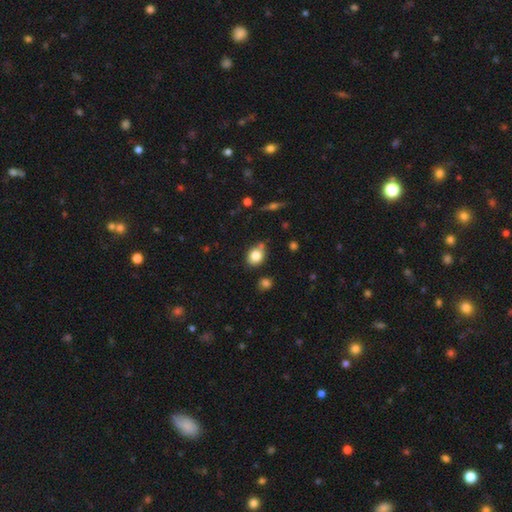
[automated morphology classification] Smooth or featured? Predicted: smooth (p=0.80). How rounded? Predicted: in between (p=0.50). Merging? Predicted: none (p=0.69).